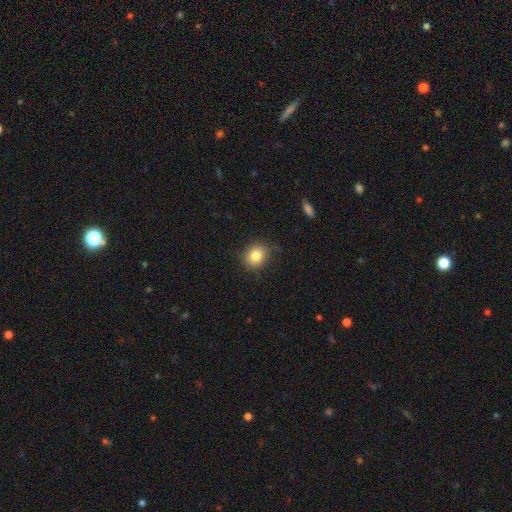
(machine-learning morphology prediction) A smooth galaxy with no disk features (83%) that is round (66%). Merging: none (84%).